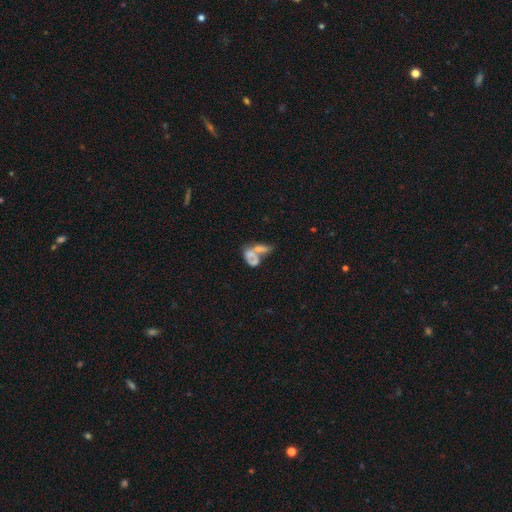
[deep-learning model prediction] smooth-or-featured: featured or disk: 44% | smooth: 40% | star or artifact: 16%
  merging: merger: 59% | none: 20% | major disturbance: 12% | minor disturbance: 9%